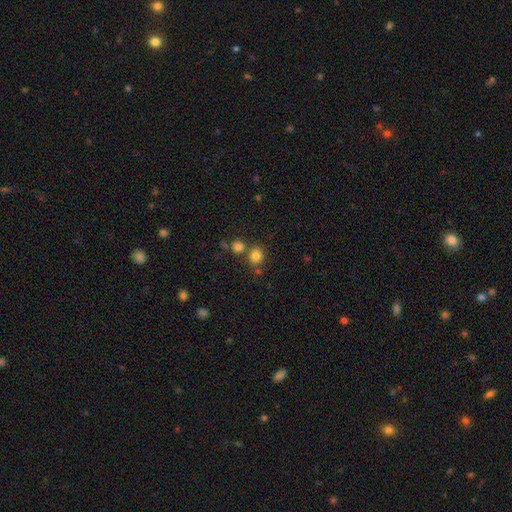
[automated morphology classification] Smooth or featured? smooth (80%)
How rounded? round (81%)
Merging? none (67%)